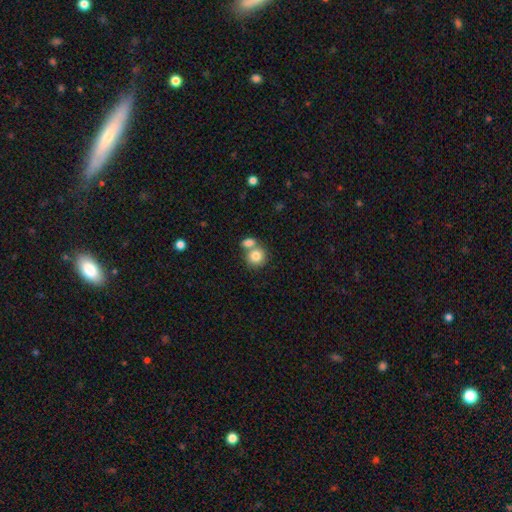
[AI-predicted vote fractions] The model was most divided on "merging": merger: 48%, none: 42%, minor disturbance: 8%, major disturbance: 3%. More confident: how rounded — round (82%); smooth or featured — smooth (81%).